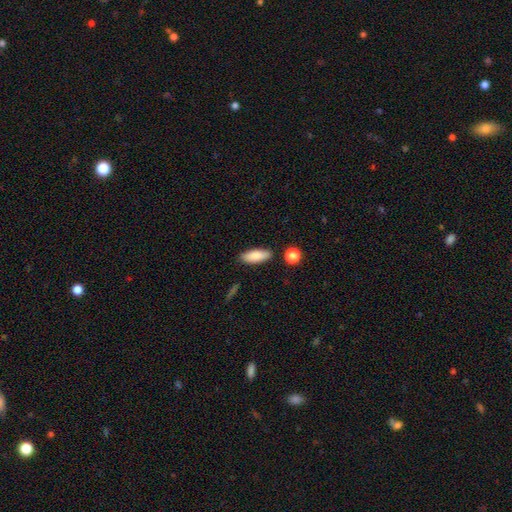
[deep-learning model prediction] smooth-or-featured: smooth: 86% | featured or disk: 8% | star or artifact: 7%
  how-rounded: in between: 73% | cigar-shaped: 24% | round: 2%
  merging: none: 84% | minor disturbance: 11% | merger: 3% | major disturbance: 2%